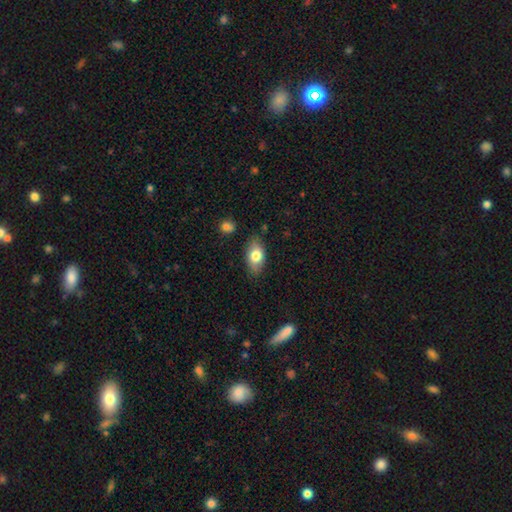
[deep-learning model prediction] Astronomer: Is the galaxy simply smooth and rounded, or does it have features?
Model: smooth — 77%.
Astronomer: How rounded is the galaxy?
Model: in between — 89%.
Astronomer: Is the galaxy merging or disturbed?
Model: none — 81%.